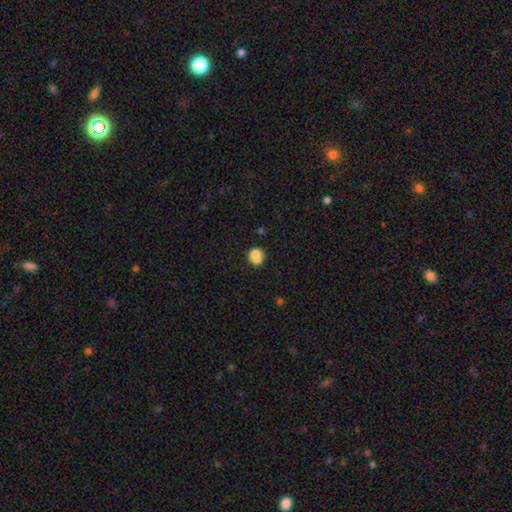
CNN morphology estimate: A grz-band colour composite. It shows a smooth galaxy with no disk features (80%) that is round (65%). Merging: none (49%).